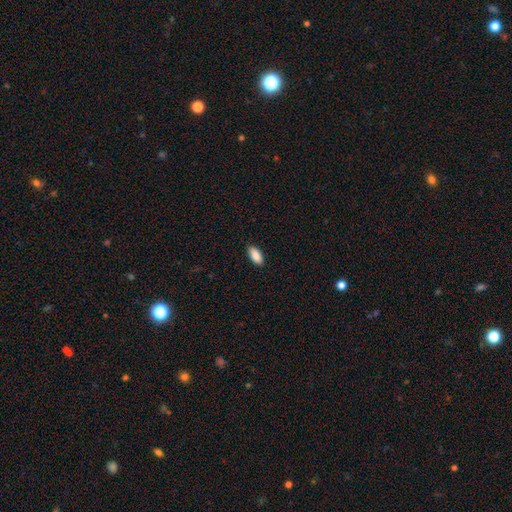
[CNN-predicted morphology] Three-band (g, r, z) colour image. It shows a smooth galaxy with no disk features (88%) that is in between round and cigar-shaped (91%). Merging: none (87%).